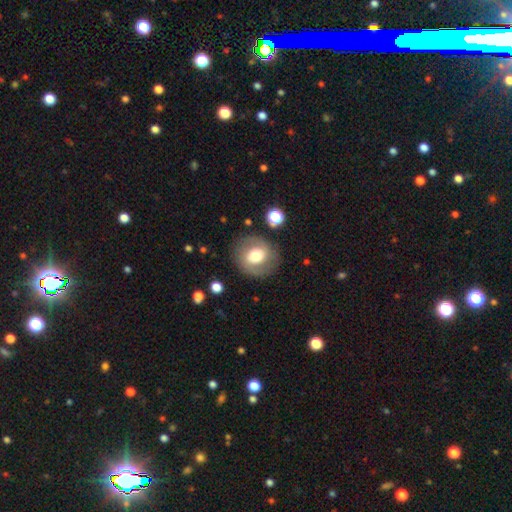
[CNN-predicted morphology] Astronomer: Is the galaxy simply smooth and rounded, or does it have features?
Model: smooth — 59%.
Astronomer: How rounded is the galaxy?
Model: round — 78%.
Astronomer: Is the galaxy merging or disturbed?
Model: none — 81%.